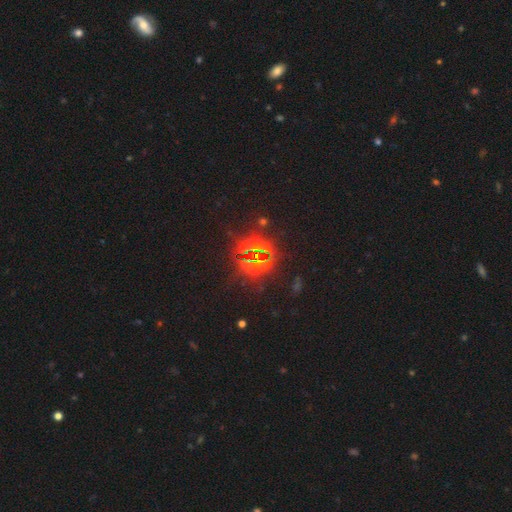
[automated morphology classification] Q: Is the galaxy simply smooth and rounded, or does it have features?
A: star or artifact — 83%.